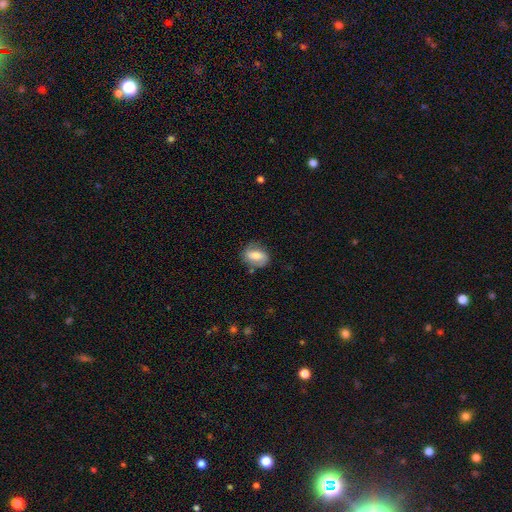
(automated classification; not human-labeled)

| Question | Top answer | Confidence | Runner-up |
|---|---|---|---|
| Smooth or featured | smooth | 65% | featured or disk (28%) |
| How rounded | in between | 80% | round (17%) |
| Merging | none | 66% | minor disturbance (23%) |